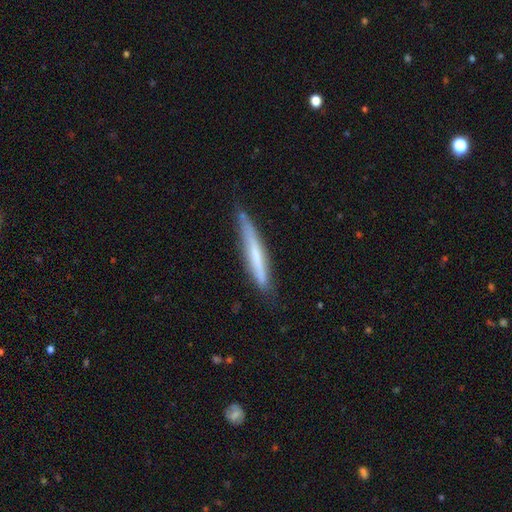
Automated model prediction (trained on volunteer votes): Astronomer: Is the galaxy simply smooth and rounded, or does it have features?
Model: smooth — 52% (runner-up: featured or disk, 43%).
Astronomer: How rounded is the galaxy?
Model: cigar-shaped — 95%.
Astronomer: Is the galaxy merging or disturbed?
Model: none — 74%.